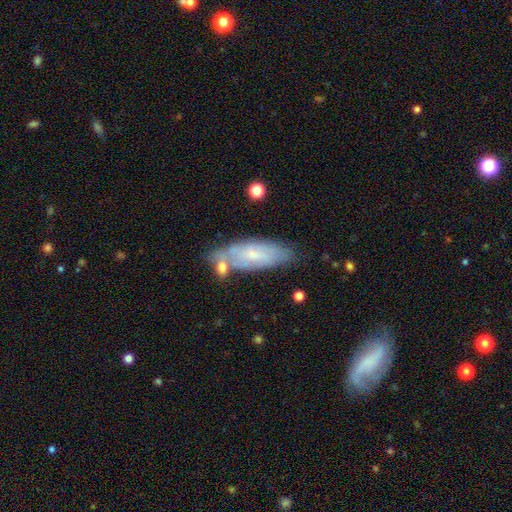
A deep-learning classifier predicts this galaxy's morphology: This appears to be a smooth galaxy with no disk features (48%). Merging: none (62%).